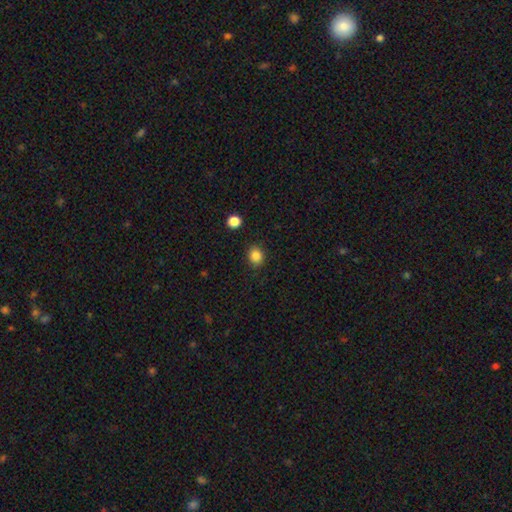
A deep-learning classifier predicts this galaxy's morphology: This appears to be a smooth galaxy with no disk features (86%) that is round (69%). Merging: none (89%).